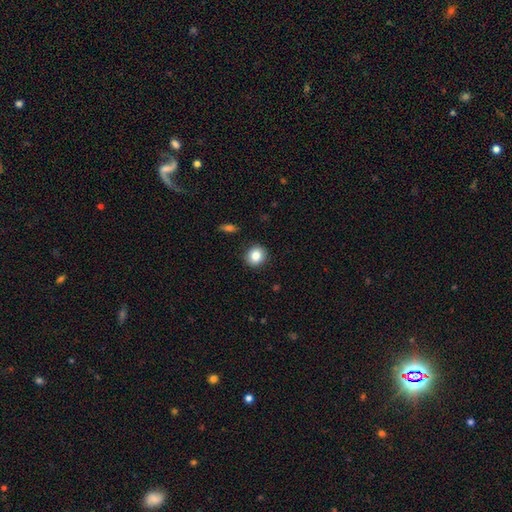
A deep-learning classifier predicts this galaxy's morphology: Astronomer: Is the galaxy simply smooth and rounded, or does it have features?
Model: smooth — 84%.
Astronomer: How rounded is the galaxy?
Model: round — 86%.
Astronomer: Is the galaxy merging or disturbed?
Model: none — 91%.